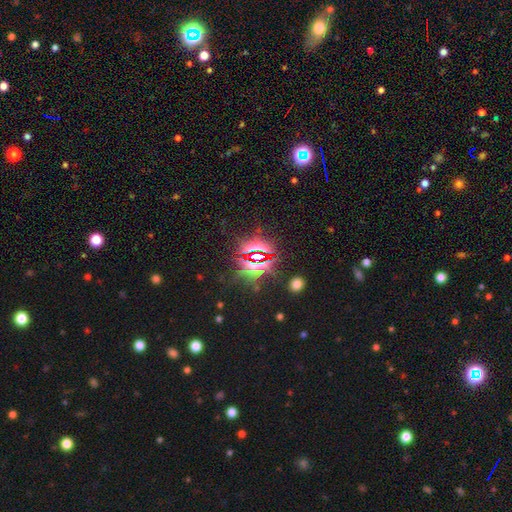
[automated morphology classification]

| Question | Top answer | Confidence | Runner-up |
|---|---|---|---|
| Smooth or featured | star or artifact | 80% | smooth (12%) |